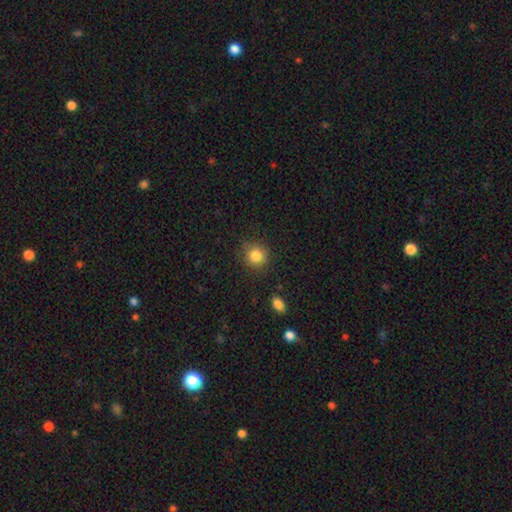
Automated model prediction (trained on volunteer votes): A smooth galaxy with no disk features (84%) that is round (89%).

Vote fractions:
- Smooth or featured? smooth: 84% / star or artifact: 11% / featured or disk: 5%
- How rounded? round: 89% / in between: 10% / cigar-shaped: 1%
- Merging? none: 84% / minor disturbance: 11% / major disturbance: 3% / merger: 2%